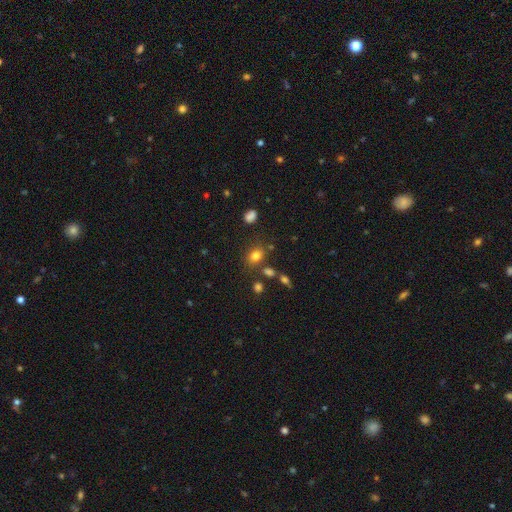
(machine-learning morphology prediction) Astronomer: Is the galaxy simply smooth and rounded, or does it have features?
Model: smooth — 78%.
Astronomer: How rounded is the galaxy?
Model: in between — 59% (runner-up: round, 40%).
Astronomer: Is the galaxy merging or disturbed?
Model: none — 75%.